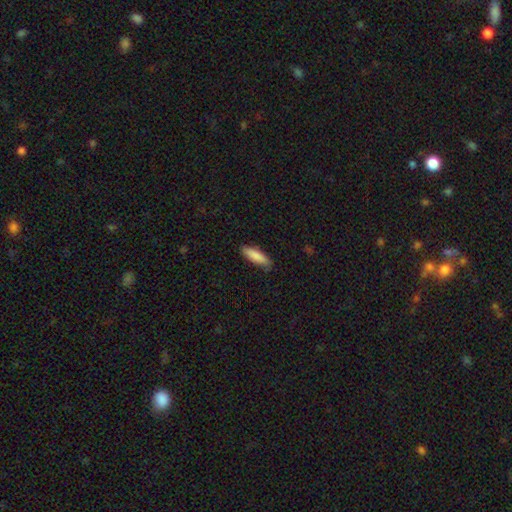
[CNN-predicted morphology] A smooth galaxy with no disk features (86%) that is cigar-shaped (57%).

Vote fractions:
- Smooth or featured? smooth: 86% / featured or disk: 8% / star or artifact: 6%
- How rounded? cigar-shaped: 57% / in between: 41% / round: 1%
- Merging? none: 82% / minor disturbance: 15% / major disturbance: 2% / merger: 1%